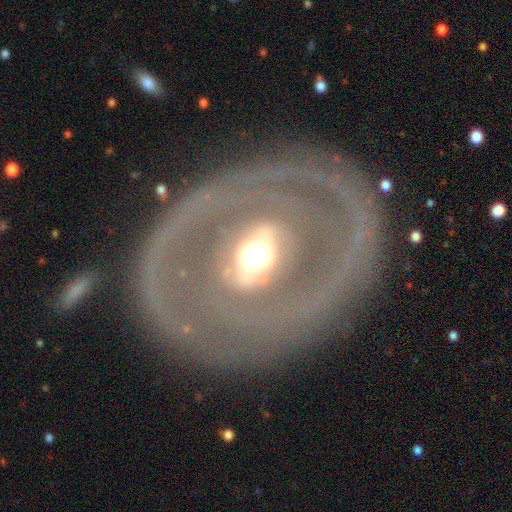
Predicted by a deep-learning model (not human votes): smooth_or_featured: featured or disk (p=0.81) [alt: smooth p=0.12]
disk_edge_on: no (p=0.92) [alt: yes p=0.08]
bar: strong (p=0.44) [alt: weak p=0.29]
has_spiral_arms: yes (p=0.56) [alt: no p=0.44]
bulge_size: moderate (p=0.58) [alt: large p=0.24]
merging: none (p=0.75) [alt: major disturbance p=0.11]